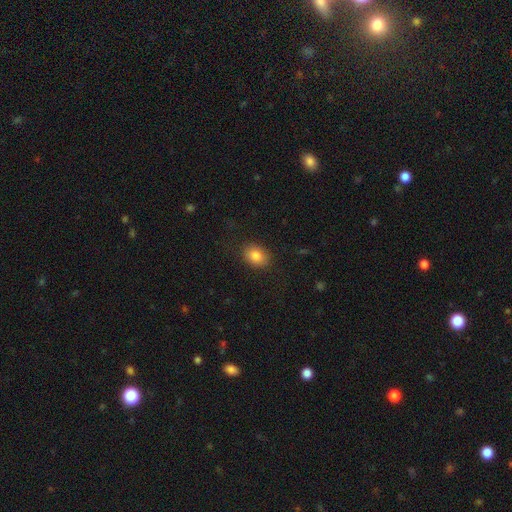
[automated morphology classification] A smooth galaxy with no disk features (84%) that is in between round and cigar-shaped (68%). Merging: none (85%).